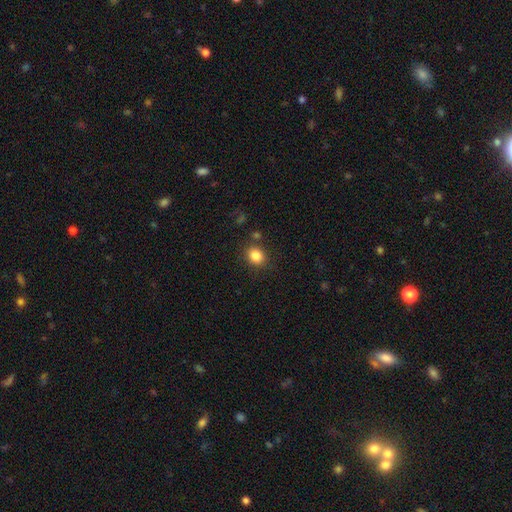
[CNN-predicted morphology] This is clearly a smooth galaxy (85%). How rounded: likely round (63%). Merging: clearly none (82%).